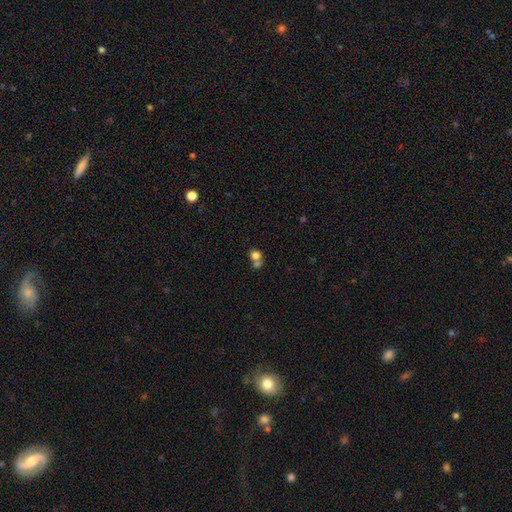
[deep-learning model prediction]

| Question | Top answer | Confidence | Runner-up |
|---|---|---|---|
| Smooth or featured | smooth | 76% | star or artifact (12%) |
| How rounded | round | 73% | in between (25%) |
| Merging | merger | 51% | none (37%) |